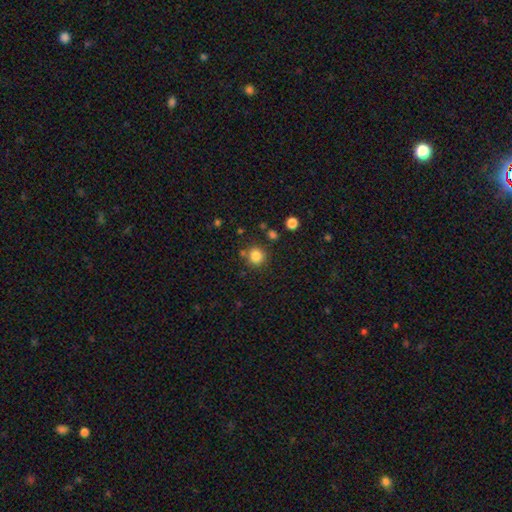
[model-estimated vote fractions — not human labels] A smooth galaxy with no disk features (84%) that is round (91%).

Vote fractions:
- Smooth or featured? smooth: 84% / star or artifact: 11% / featured or disk: 5%
- How rounded? round: 91% / in between: 8% / cigar-shaped: 1%
- Merging? none: 81% / minor disturbance: 9% / merger: 6% / major disturbance: 3%